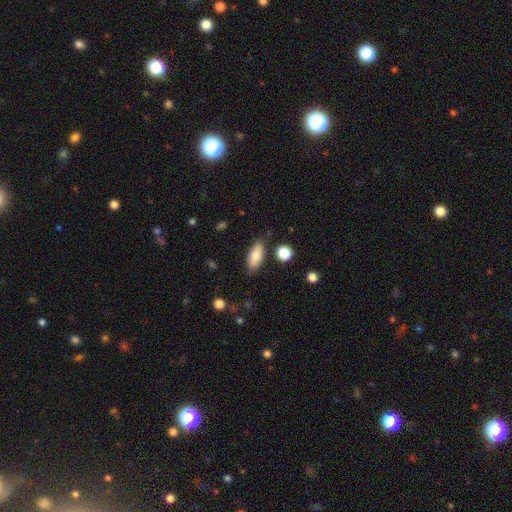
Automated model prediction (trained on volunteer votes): Smooth or featured? Predicted: smooth (p=0.80). How rounded? Predicted: in between (p=0.79). Merging? Predicted: none (p=0.81).